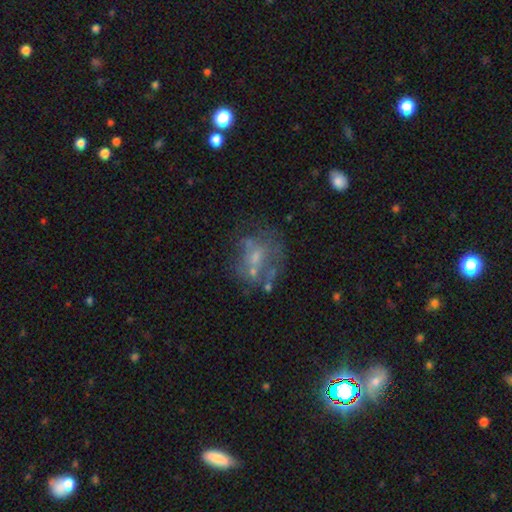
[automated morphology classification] This appears to be a featured or disk galaxy (53%) with no bar (77%), no spiral arms (82%) and a small central bulge (37%). Merging: none (43%).